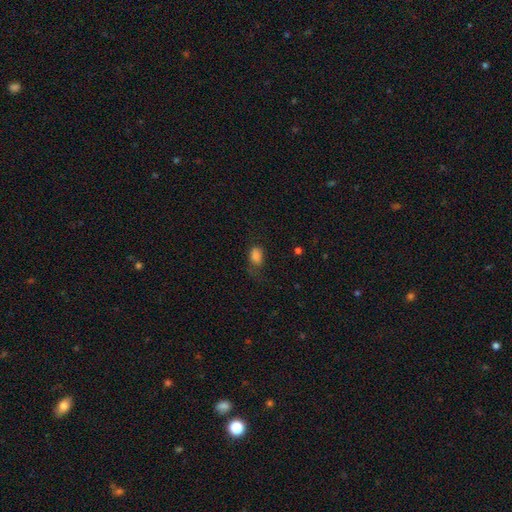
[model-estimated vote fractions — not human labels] Morphology: type=smooth (82%); roundness=in between (84%); merging=none (40%).